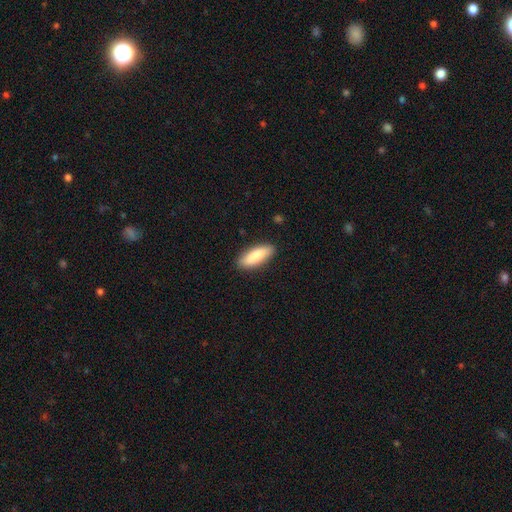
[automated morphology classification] smooth_or_featured: smooth (p=0.86) [alt: featured or disk p=0.09]
how_rounded: in between (p=0.65) [alt: cigar-shaped p=0.33]
merging: none (p=0.87) [alt: minor disturbance p=0.10]